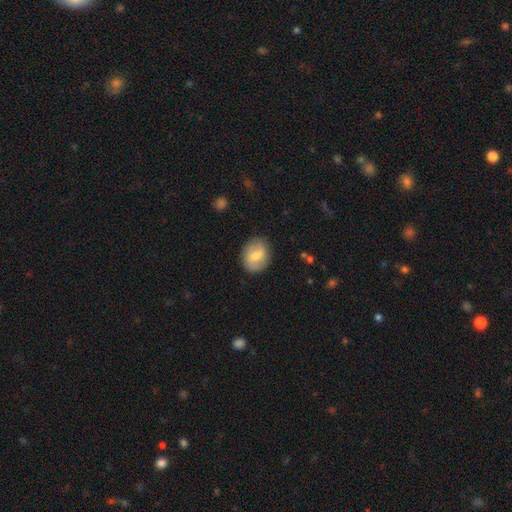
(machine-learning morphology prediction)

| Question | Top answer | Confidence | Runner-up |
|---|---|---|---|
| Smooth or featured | smooth | 65% | featured or disk (28%) |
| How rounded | in between | 53% | round (46%) |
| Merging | none | 83% | minor disturbance (12%) |